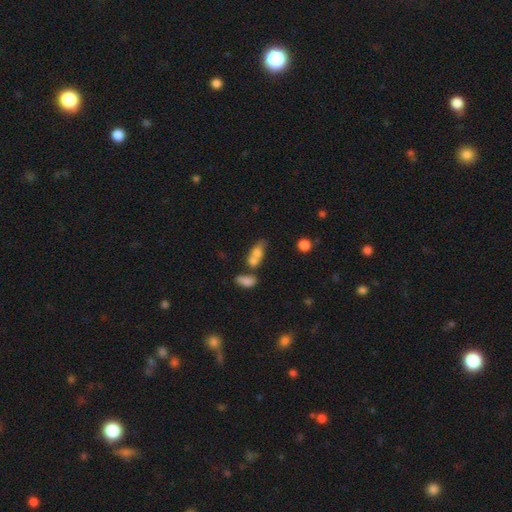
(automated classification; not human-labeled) Morphology: type=smooth (71%); roundness=in between (71%); merging=merger (57%).